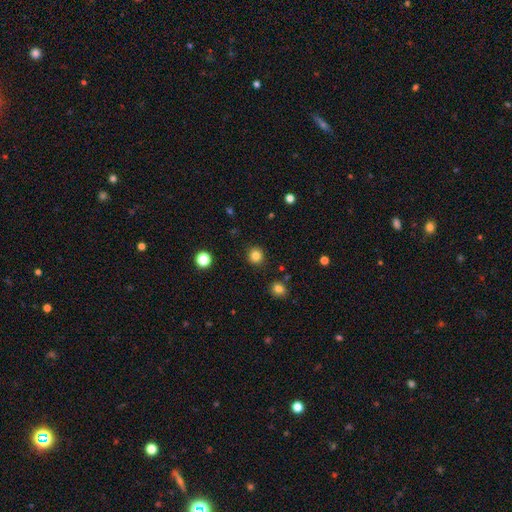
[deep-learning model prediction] The model was most divided on "smooth or featured": smooth: 83%, star or artifact: 12%, featured or disk: 5%. More confident: how rounded — round (92%); merging — none (91%).